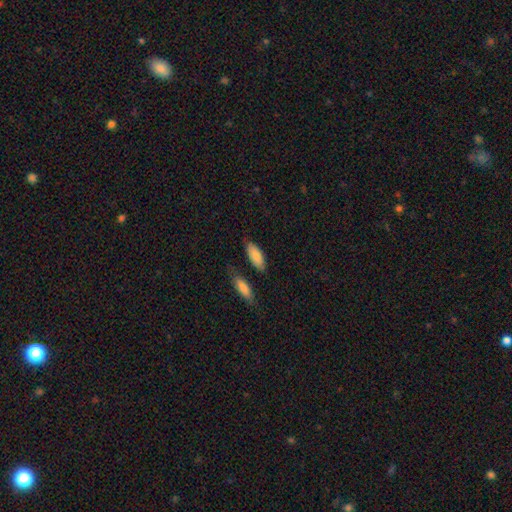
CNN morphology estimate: This is clearly a smooth galaxy (86%). How rounded: clearly in between (80%). Merging: likely none (73%).